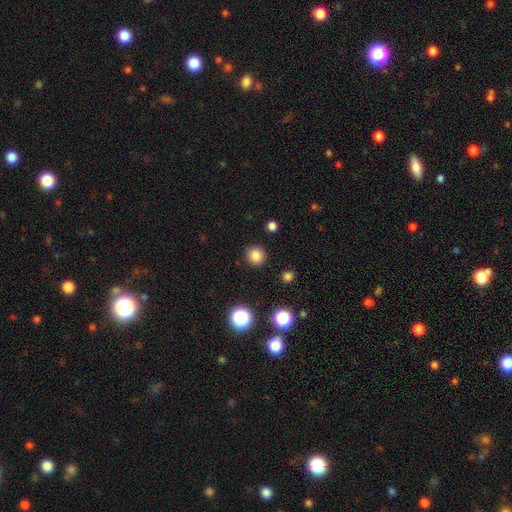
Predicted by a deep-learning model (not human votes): smooth_or_featured: smooth (p=0.83) [alt: star or artifact p=0.13]
how_rounded: round (p=0.91) [alt: in between p=0.08]
merging: none (p=0.90) [alt: minor disturbance p=0.06]